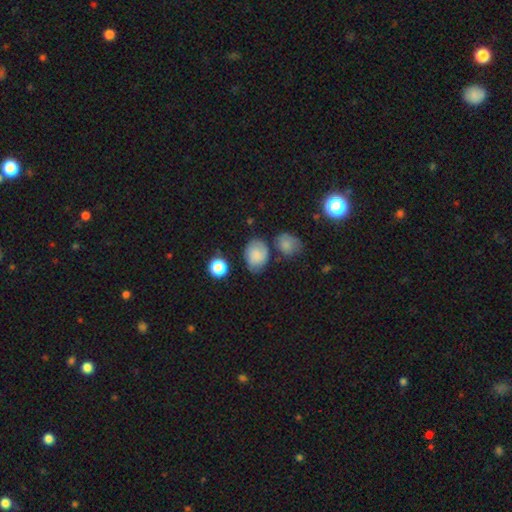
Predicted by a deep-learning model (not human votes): smooth-or-featured: smooth: 74% | featured or disk: 16% | star or artifact: 10%
  how-rounded: in between: 66% | round: 33% | cigar-shaped: 1%
  merging: none: 62% | minor disturbance: 22% | merger: 9% | major disturbance: 6%